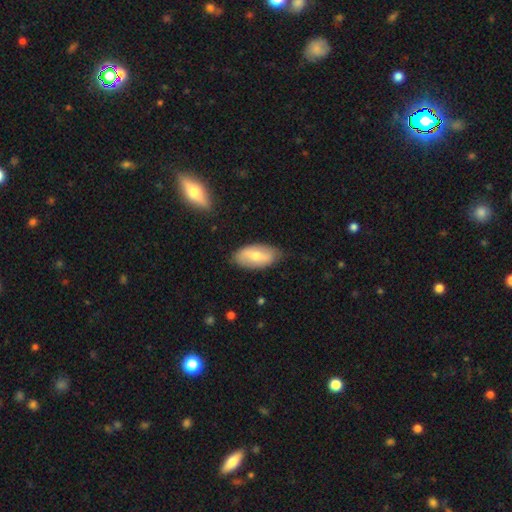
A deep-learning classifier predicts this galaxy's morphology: Overall: smooth (57%; featured or disk 38%). How rounded: in between (93%). Merging: none (76%).